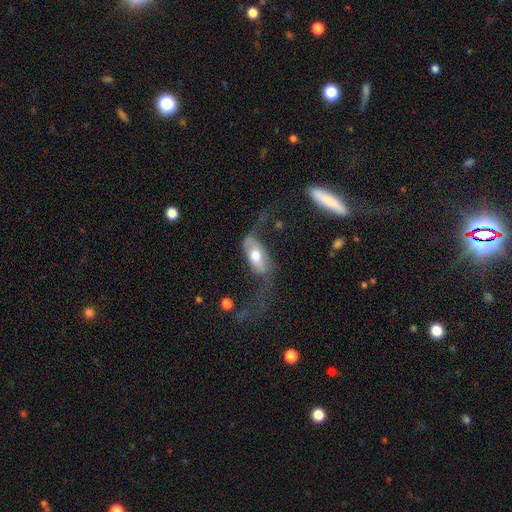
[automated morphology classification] A featured or disk galaxy (49%). Merging: major disturbance (44%).